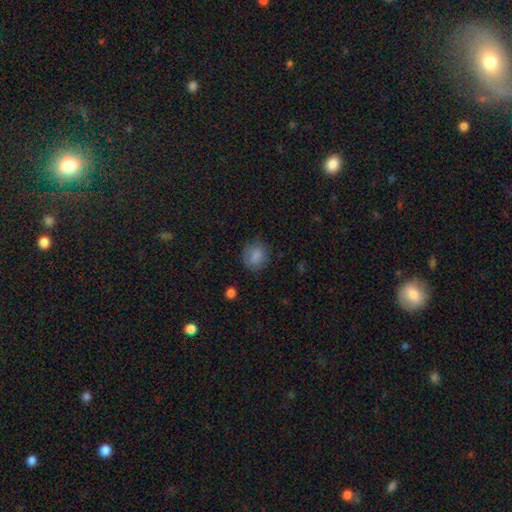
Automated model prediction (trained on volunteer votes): A smooth galaxy with no disk features (84%) that is round (68%).

Vote fractions:
- Smooth or featured? smooth: 84% / star or artifact: 9% / featured or disk: 7%
- How rounded? round: 68% / in between: 31% / cigar-shaped: 1%
- Merging? none: 76% / minor disturbance: 17% / major disturbance: 5% / merger: 1%